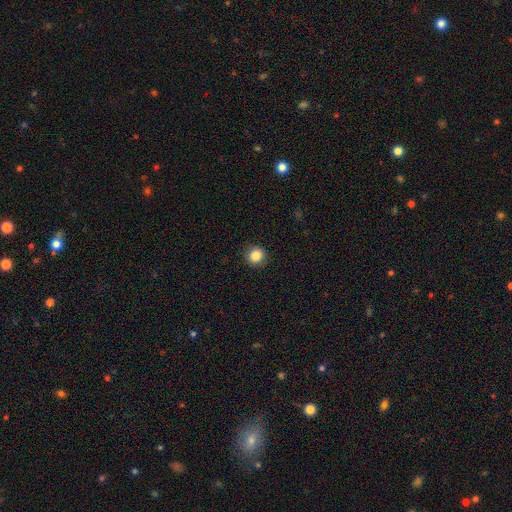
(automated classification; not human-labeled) Smooth or featured? Predicted: smooth (p=0.85). How rounded? Predicted: round (p=0.93). Merging? Predicted: none (p=0.91).